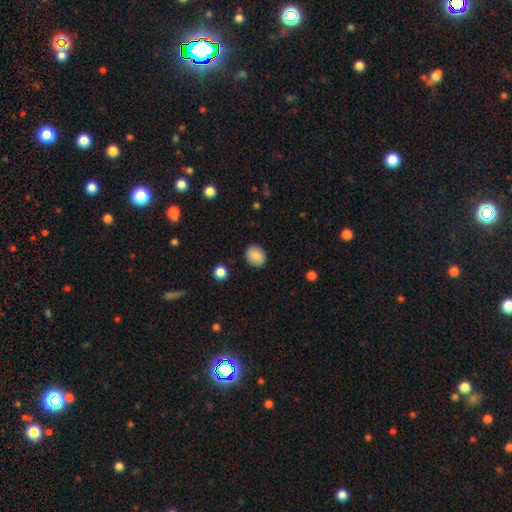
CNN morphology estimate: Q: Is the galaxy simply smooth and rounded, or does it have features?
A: smooth — 85%.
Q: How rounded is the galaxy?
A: round — 63%.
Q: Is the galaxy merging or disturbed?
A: none — 87%.